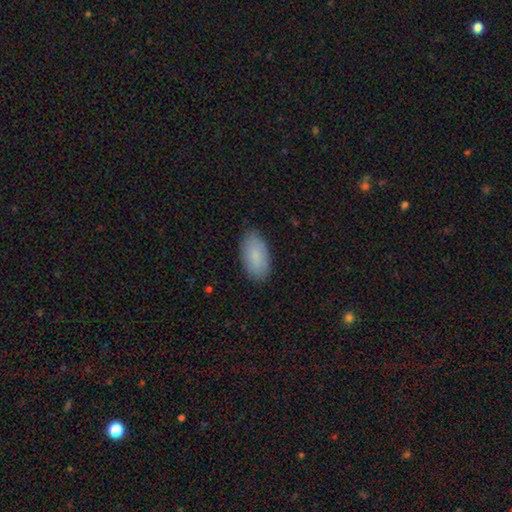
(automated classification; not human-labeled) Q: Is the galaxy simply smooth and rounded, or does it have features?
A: smooth — 85%.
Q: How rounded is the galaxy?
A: in between — 95%.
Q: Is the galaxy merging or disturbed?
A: none — 85%.